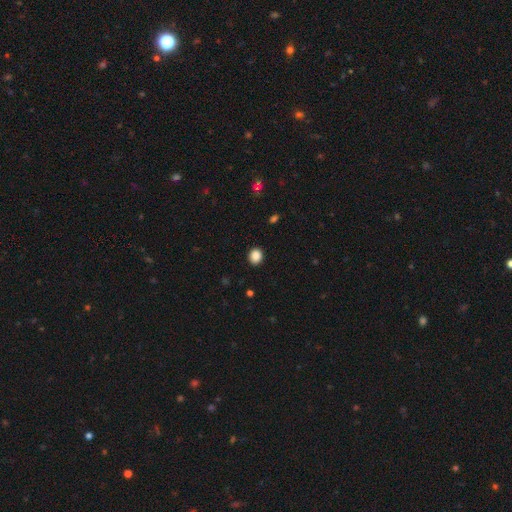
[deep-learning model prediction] The model was most divided on "how rounded": round: 69%, in between: 30%, cigar-shaped: 1%. More confident: merging — none (91%); smooth or featured — smooth (88%).